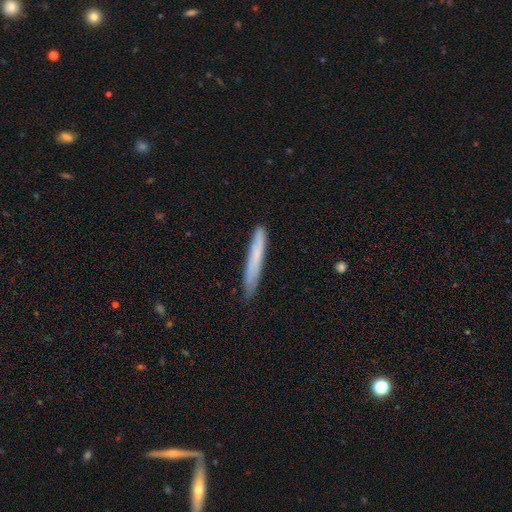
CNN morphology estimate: A smooth galaxy with no disk features (68%) that is cigar-shaped (96%). Merging: none (83%).